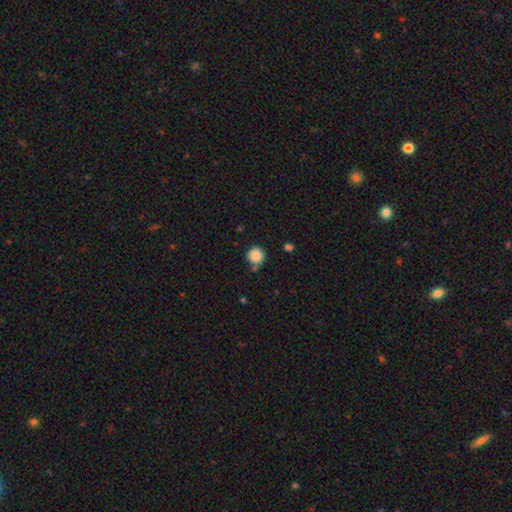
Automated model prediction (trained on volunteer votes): This appears to be a smooth galaxy with no disk features (87%) that is round (94%). Merging: none (74%).